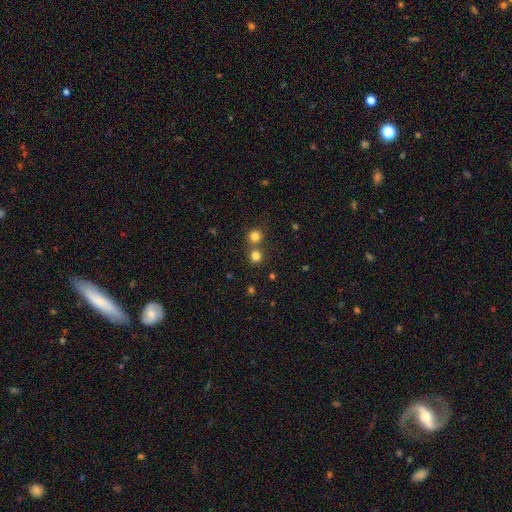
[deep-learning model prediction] Smooth or featured? Predicted: smooth (p=0.79). How rounded? Predicted: round (p=0.89). Merging? Predicted: none (p=0.63).